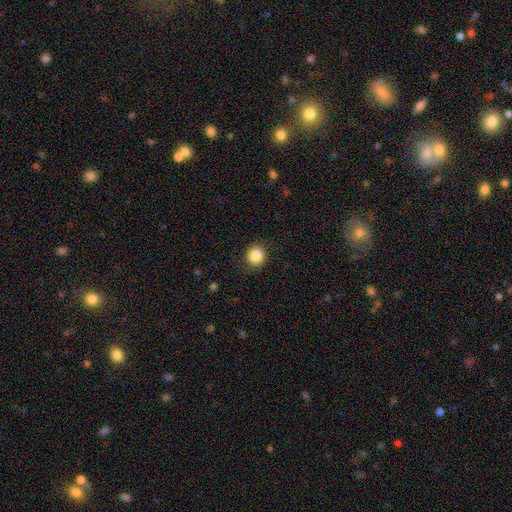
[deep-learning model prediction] A smooth galaxy with no disk features (85%) that is round (86%).

Vote fractions:
- Smooth or featured? smooth: 85% / star or artifact: 10% / featured or disk: 5%
- How rounded? round: 86% / in between: 13% / cigar-shaped: 1%
- Merging? none: 87% / minor disturbance: 9% / major disturbance: 3% / merger: 1%